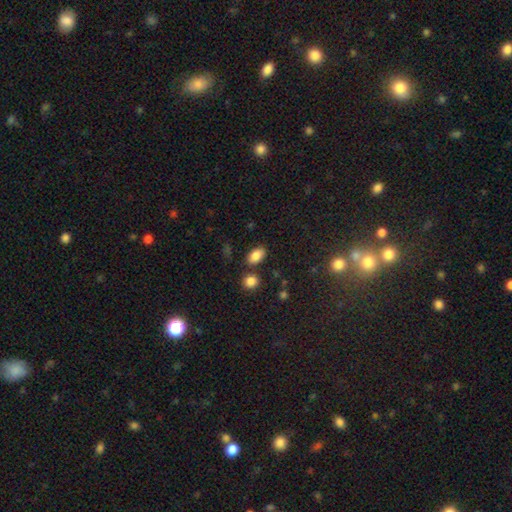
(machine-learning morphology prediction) This appears to be a smooth galaxy with no disk features (85%) that is in between round and cigar-shaped (90%). Merging: none (79%).